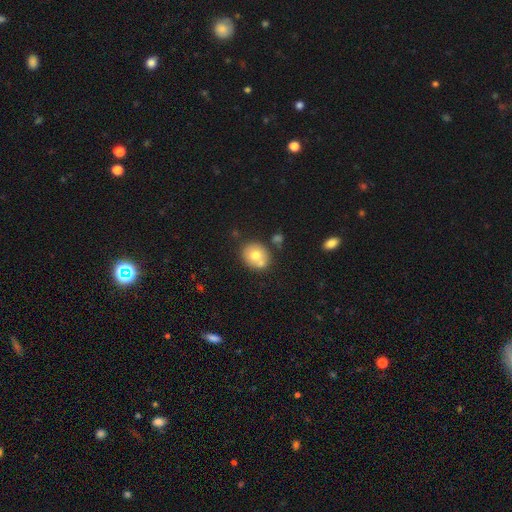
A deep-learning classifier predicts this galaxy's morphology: A smooth galaxy with no disk features (70%) that is round (72%).

Vote fractions:
- Smooth or featured? smooth: 70% / featured or disk: 20% / star or artifact: 9%
- How rounded? round: 72% / in between: 27% / cigar-shaped: 1%
- Merging? none: 62% / merger: 21% / minor disturbance: 14% / major disturbance: 4%